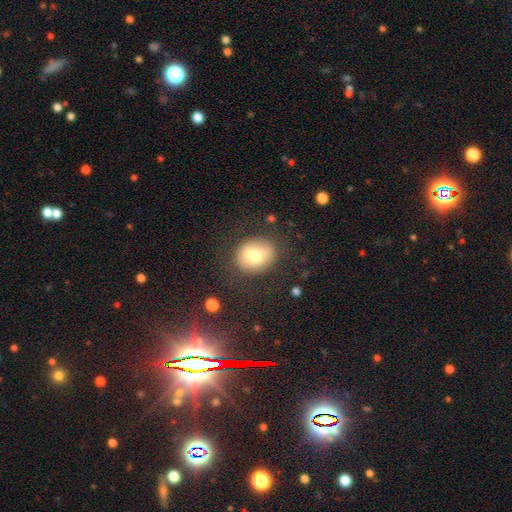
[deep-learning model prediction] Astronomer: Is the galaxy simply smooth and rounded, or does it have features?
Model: smooth — 73%.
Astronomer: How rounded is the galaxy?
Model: round — 54% (runner-up: in between, 45%).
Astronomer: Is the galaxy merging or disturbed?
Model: none — 72%.